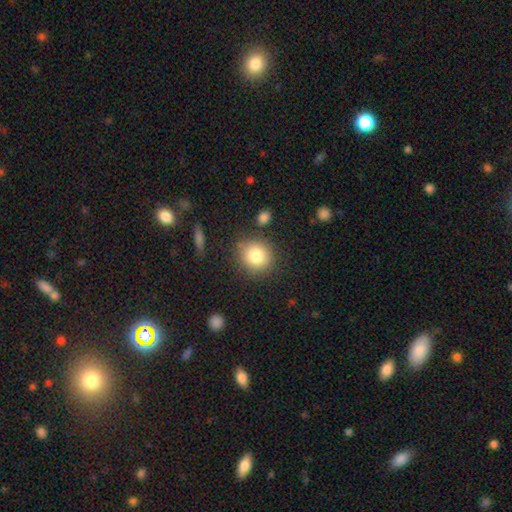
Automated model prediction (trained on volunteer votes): Smooth or featured? Predicted: smooth (p=0.82). How rounded? Predicted: round (p=0.85). Merging? Predicted: none (p=0.81).